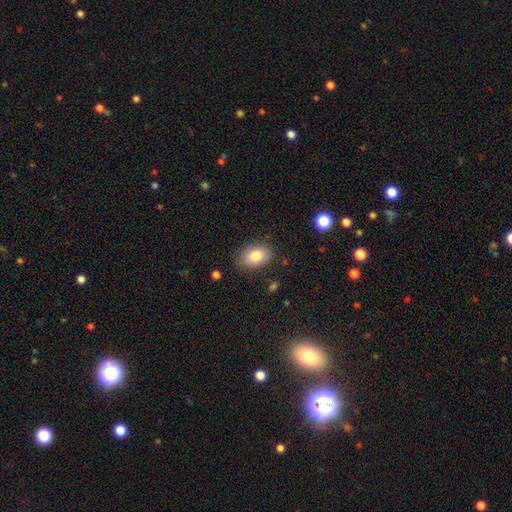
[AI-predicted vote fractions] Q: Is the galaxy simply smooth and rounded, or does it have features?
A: smooth — 83%.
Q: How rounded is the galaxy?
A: in between — 82%.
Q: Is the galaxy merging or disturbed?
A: none — 81%.